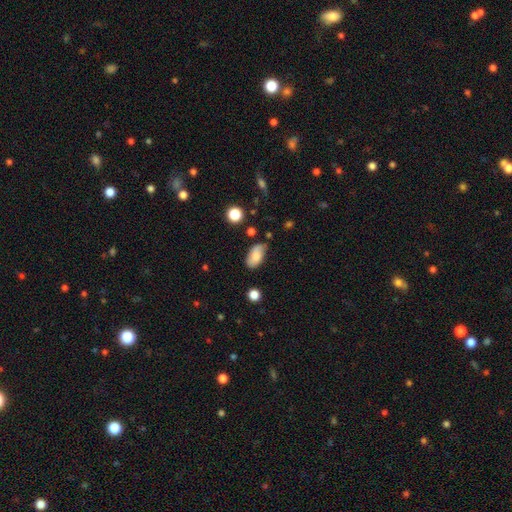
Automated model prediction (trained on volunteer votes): Smooth or featured? smooth (74%)
How rounded? in between (93%)
Merging? none (67%)